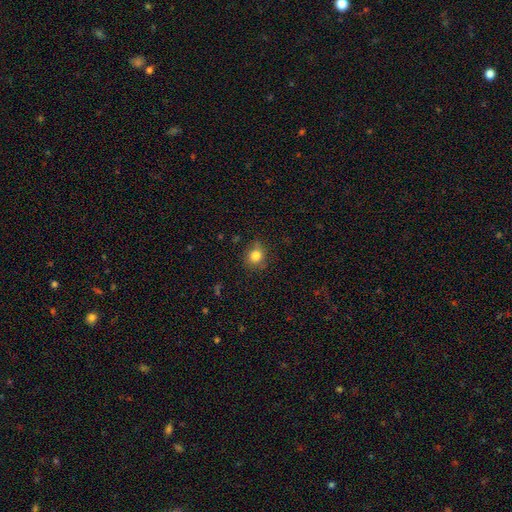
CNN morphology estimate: The model was most divided on "merging": none: 76%, minor disturbance: 18%, major disturbance: 4%, merger: 1%. More confident: smooth or featured — smooth (81%); how rounded — round (79%).